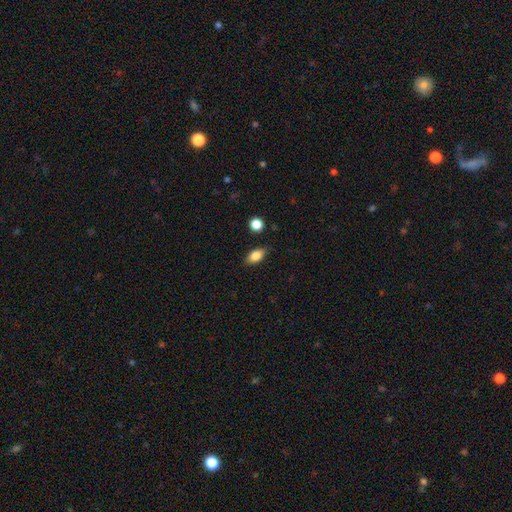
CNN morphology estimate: smooth-or-featured: smooth: 82% | featured or disk: 9% | star or artifact: 8%
  how-rounded: in between: 85% | round: 9% | cigar-shaped: 5%
  merging: none: 82% | minor disturbance: 13% | major disturbance: 3% | merger: 2%